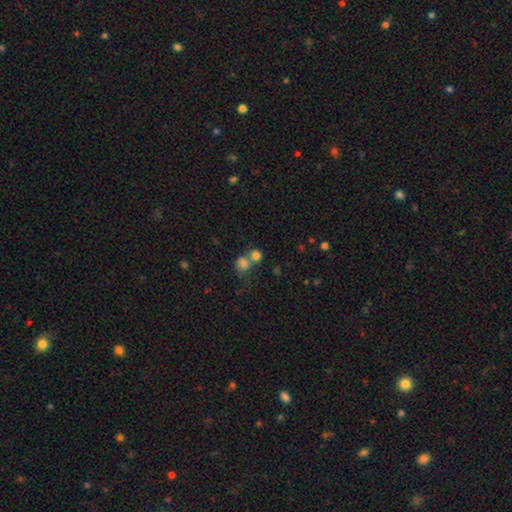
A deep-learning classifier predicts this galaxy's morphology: The model was most divided on "merging": merger: 50%, none: 39%, minor disturbance: 7%, major disturbance: 4%. More confident: smooth or featured — smooth (78%); how rounded — round (76%).